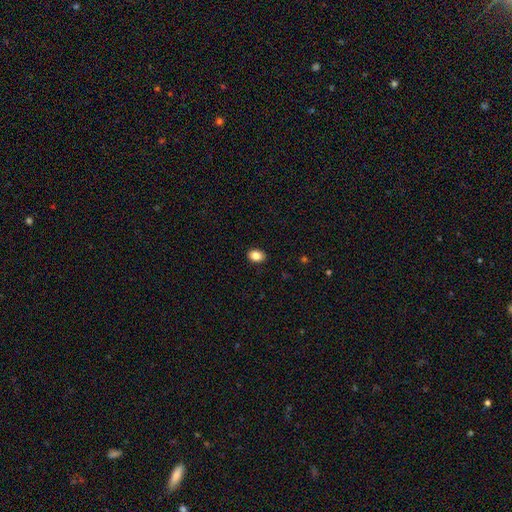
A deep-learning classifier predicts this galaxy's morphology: A smooth galaxy with no disk features (86%) that is in between round and cigar-shaped (70%).

Vote fractions:
- Smooth or featured? smooth: 86% / star or artifact: 9% / featured or disk: 5%
- How rounded? in between: 70% / round: 29% / cigar-shaped: 1%
- Merging? none: 89% / minor disturbance: 8% / major disturbance: 2% / merger: 1%